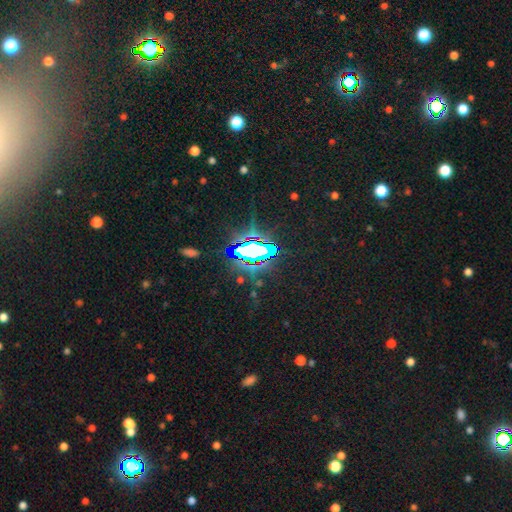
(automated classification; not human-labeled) Smooth or featured: star or artifact — 70% (smooth — 16%)